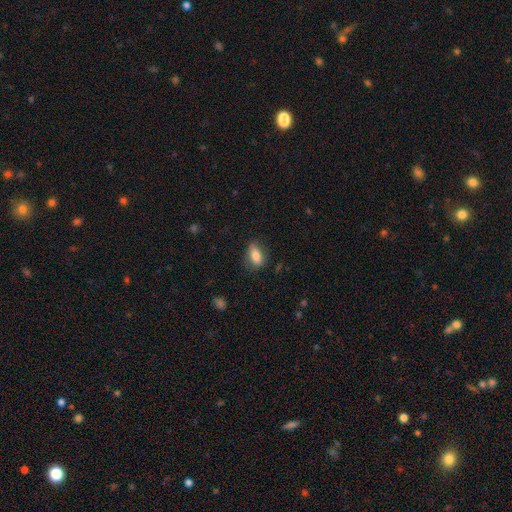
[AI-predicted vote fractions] The model was most divided on "merging": none: 73%, minor disturbance: 20%, major disturbance: 6%, merger: 1%. More confident: how rounded — in between (83%); smooth or featured — smooth (78%).